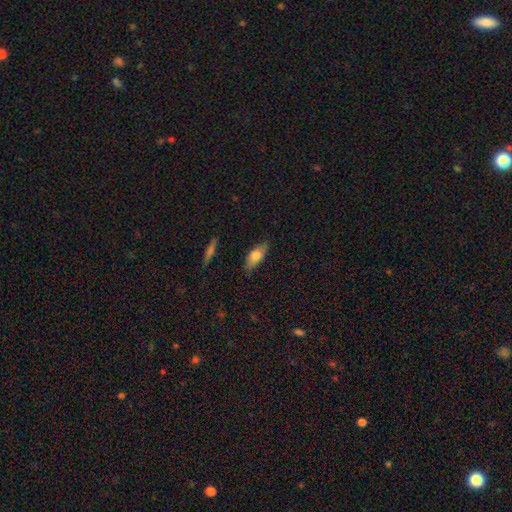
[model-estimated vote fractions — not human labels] This is likely a smooth galaxy (72%). How rounded: likely in between (78%). Merging: clearly none (80%).